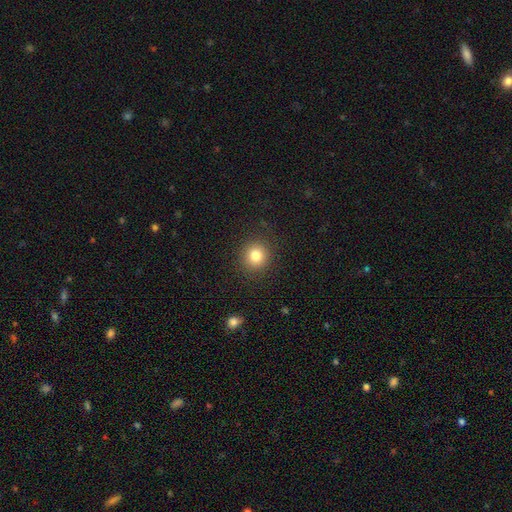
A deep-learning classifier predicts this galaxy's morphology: Smooth or featured?
  - smooth: 81% *
  - star or artifact: 12%
  - featured or disk: 7%
How rounded?
  - round: 86% *
  - in between: 13%
  - cigar-shaped: 1%
Merging?
  - none: 89% *
  - minor disturbance: 7%
  - major disturbance: 3%
  - merger: 1%